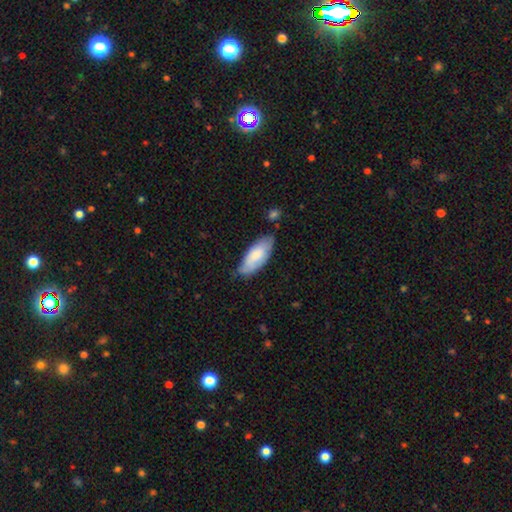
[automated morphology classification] This appears to be a smooth galaxy with no disk features (74%) that is in between round and cigar-shaped (83%). Merging: none (62%).